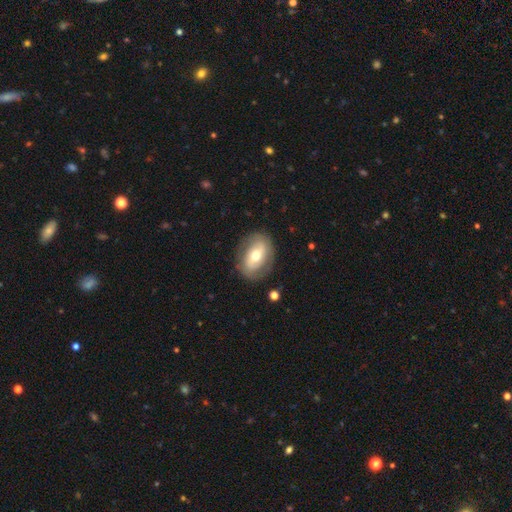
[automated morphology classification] The model was most divided on "smooth or featured": featured or disk: 48%, smooth: 45%, star or artifact: 7%. More confident: merging — none (81%).